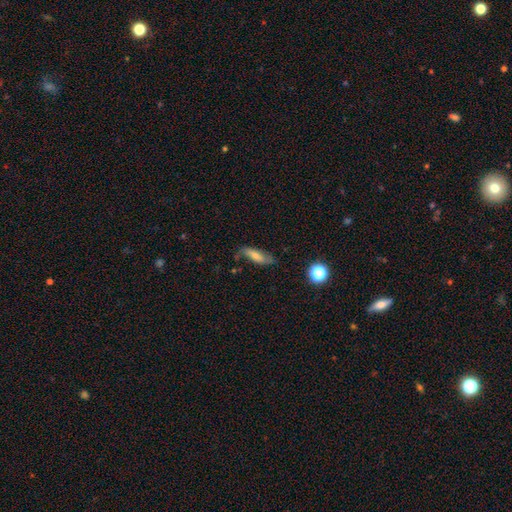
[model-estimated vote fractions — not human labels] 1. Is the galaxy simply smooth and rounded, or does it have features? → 54% smooth, 36% featured or disk, 10% star or artifact.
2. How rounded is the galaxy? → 56% in between, 40% cigar-shaped, 4% round.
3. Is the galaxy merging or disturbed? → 62% none, 25% minor disturbance, 10% major disturbance, 3% merger.